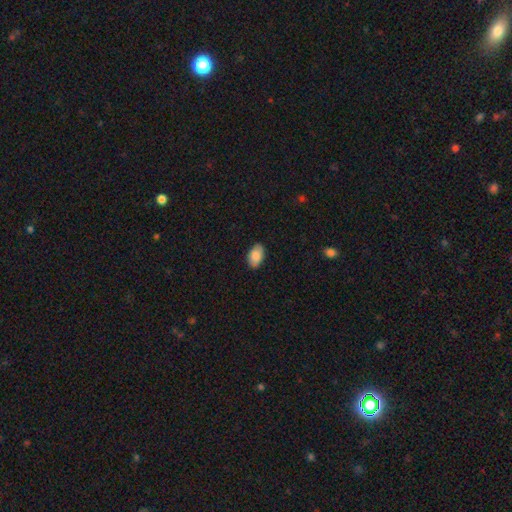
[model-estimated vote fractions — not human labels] smooth-or-featured: smooth: 87% | star or artifact: 6% | featured or disk: 6%
  how-rounded: in between: 93% | round: 6% | cigar-shaped: 1%
  merging: none: 87% | minor disturbance: 10% | major disturbance: 2% | merger: 1%